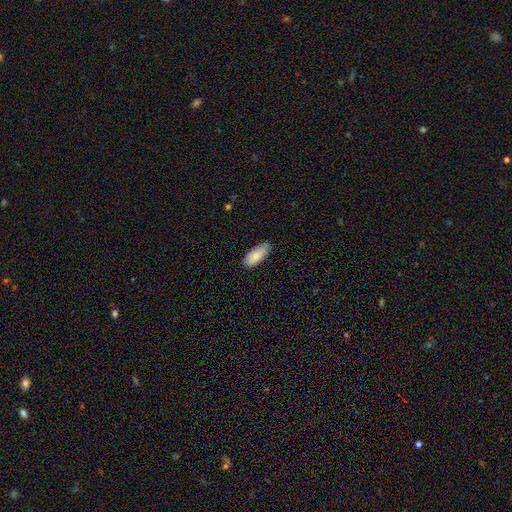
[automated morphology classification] type=smooth (87%); roundness=in between (85%); merging=none (80%).